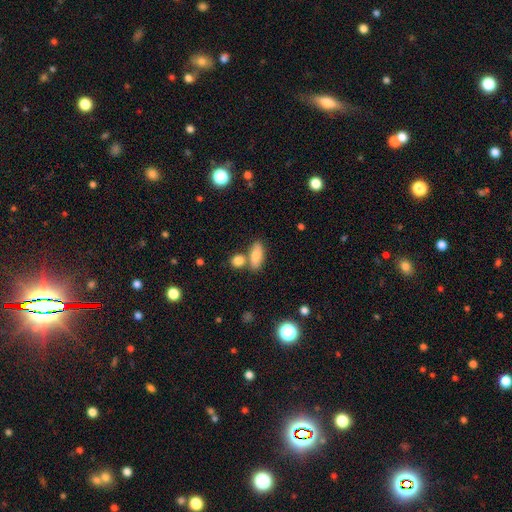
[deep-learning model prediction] Smooth or featured? Predicted: smooth (p=0.79). How rounded? Predicted: in between (p=0.79). Merging? Predicted: none (p=0.63).